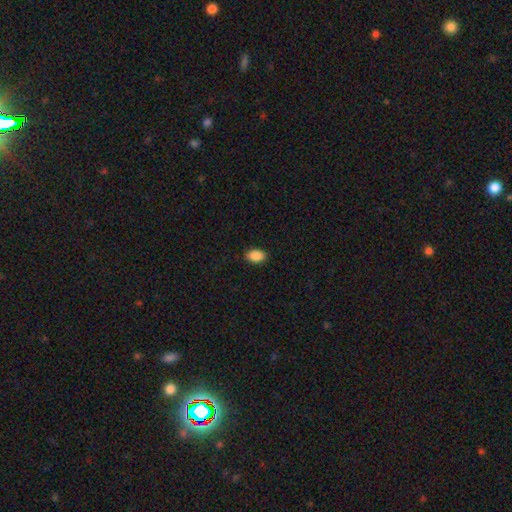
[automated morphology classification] smooth_or_featured: smooth (p=0.89) [alt: star or artifact p=0.08]
how_rounded: in between (p=0.88) [alt: round p=0.11]
merging: none (p=0.89) [alt: minor disturbance p=0.09]